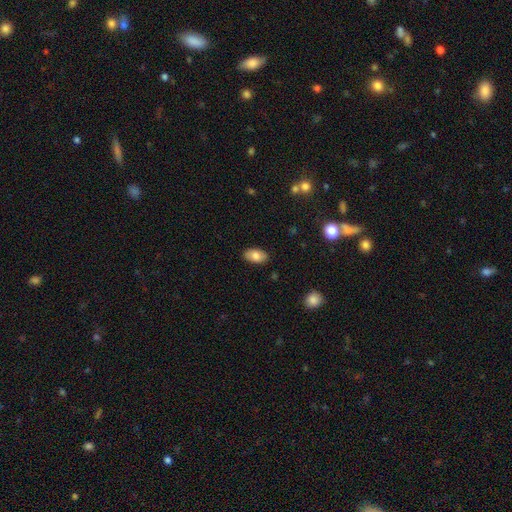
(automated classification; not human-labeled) smooth 79%, featured or disk 13%, star or artifact 7%. Down the decision tree: how rounded — in between (93%); merging — none (88%).